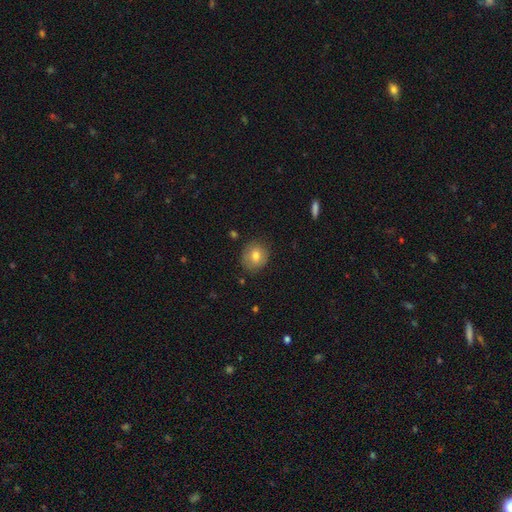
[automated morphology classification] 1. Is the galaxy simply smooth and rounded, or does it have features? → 75% smooth, 16% featured or disk, 9% star or artifact.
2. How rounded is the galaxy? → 75% round, 24% in between, 1% cigar-shaped.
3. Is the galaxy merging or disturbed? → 82% none, 14% minor disturbance, 3% major disturbance, 2% merger.